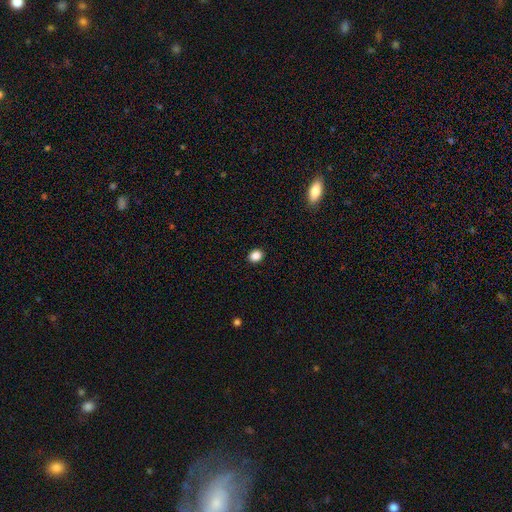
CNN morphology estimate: Overall: smooth (87%). How rounded: round (61%; in between 38%). Merging: none (92%).